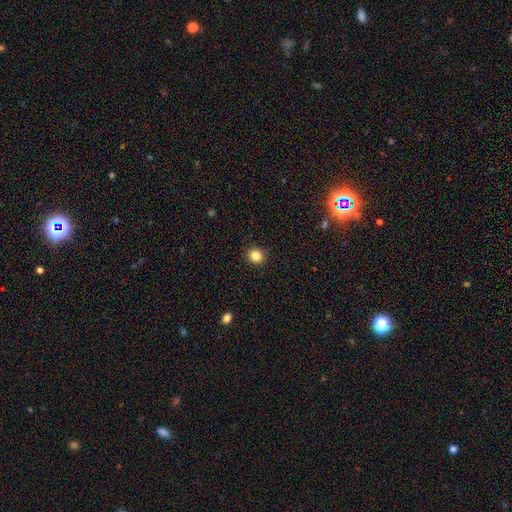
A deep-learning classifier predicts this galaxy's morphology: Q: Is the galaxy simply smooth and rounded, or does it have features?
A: smooth — 85%.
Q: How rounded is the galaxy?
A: round — 80%.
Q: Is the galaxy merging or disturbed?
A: none — 92%.